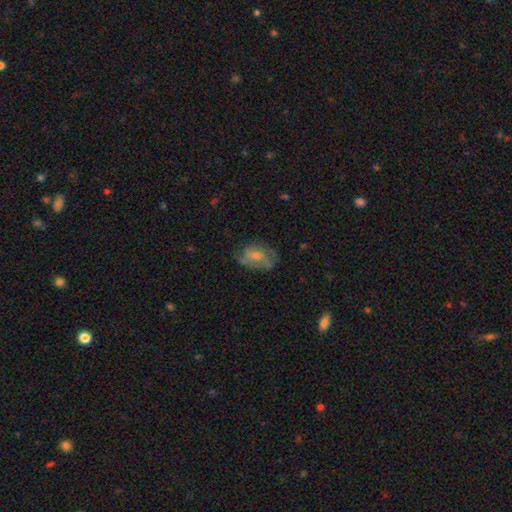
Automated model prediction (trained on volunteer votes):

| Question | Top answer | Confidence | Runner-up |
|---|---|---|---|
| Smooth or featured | featured or disk | 47% | smooth (42%) |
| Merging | none | 58% | minor disturbance (25%) |